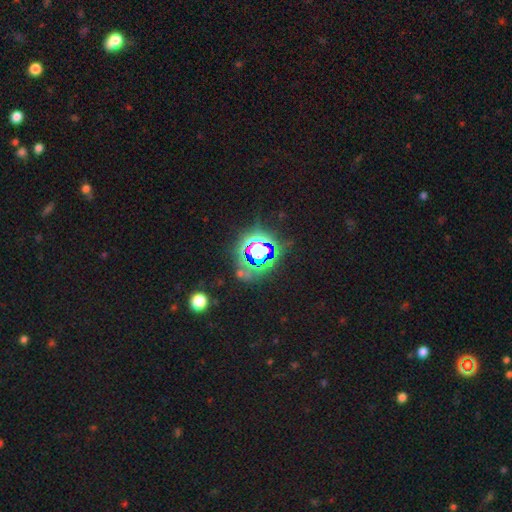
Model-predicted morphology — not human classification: This is likely a star or artifact rather than a galaxy (69%).